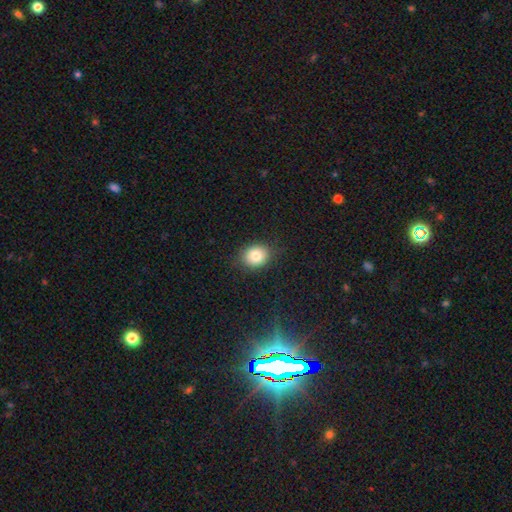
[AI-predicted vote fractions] Q: Smooth or featured?
A: smooth (83%); runner-up: star or artifact (10%)
Q: How rounded?
A: round (62%); runner-up: in between (38%)
Q: Merging?
A: none (85%); runner-up: minor disturbance (11%)